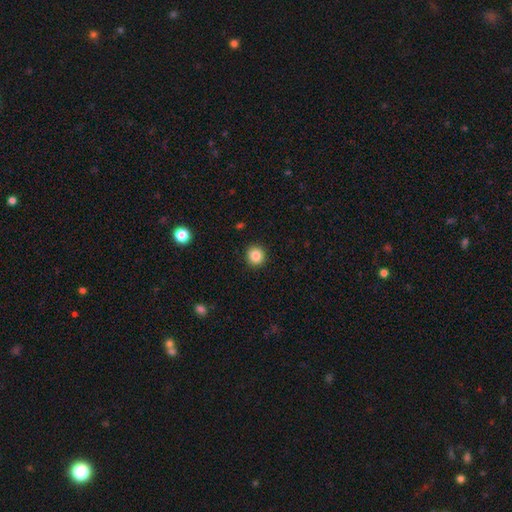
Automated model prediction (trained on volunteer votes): smooth-or-featured: smooth: 85% | star or artifact: 10% | featured or disk: 5%
  how-rounded: round: 92% | in between: 7% | cigar-shaped: 1%
  merging: none: 92% | minor disturbance: 6% | major disturbance: 2% | merger: 1%